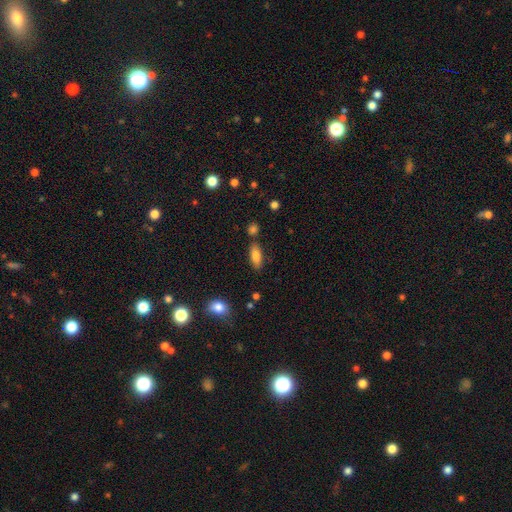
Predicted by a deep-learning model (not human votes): smooth_or_featured: smooth (p=0.81) [alt: featured or disk p=0.11]
how_rounded: in between (p=0.74) [alt: cigar-shaped p=0.23]
merging: none (p=0.78) [alt: minor disturbance p=0.12]